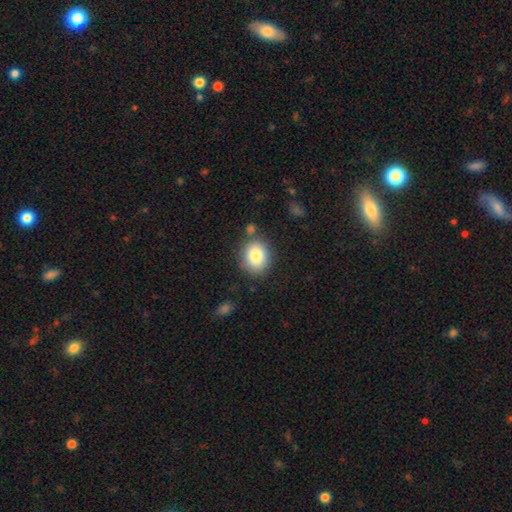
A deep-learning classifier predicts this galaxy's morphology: smooth 84%, star or artifact 8%, featured or disk 8%. Down the decision tree: how rounded — round (60%); merging — none (78%).